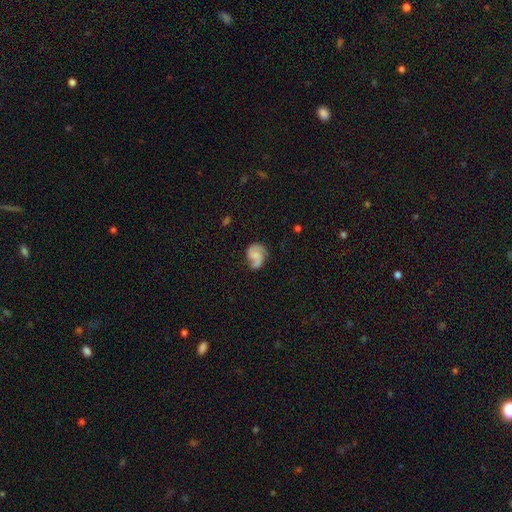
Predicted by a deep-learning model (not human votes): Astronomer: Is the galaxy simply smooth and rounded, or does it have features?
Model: featured or disk — 67%.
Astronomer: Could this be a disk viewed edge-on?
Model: no — 98%.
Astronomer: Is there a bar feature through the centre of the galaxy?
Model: no — 62%.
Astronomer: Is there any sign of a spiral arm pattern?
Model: yes — 93%.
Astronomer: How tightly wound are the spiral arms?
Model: medium — 45% (runner-up: loose, 31%).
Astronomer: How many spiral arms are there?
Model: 2 — 78%.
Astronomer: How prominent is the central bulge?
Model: none — 47% (runner-up: small, 32%).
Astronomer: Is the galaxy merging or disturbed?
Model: none — 58%.